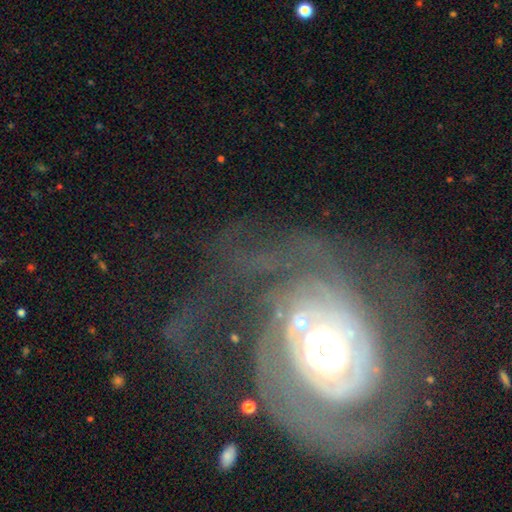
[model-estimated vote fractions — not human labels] Smooth or featured? featured or disk (84%)
Edge-on disk? no (96%)
Bar? no (68%)
Spiral arms? yes (87%)
Spiral winding? tight (63%)
Spiral arm count? can't tell (36%)
Bulge size? moderate (59%)
Merging? none (46%)